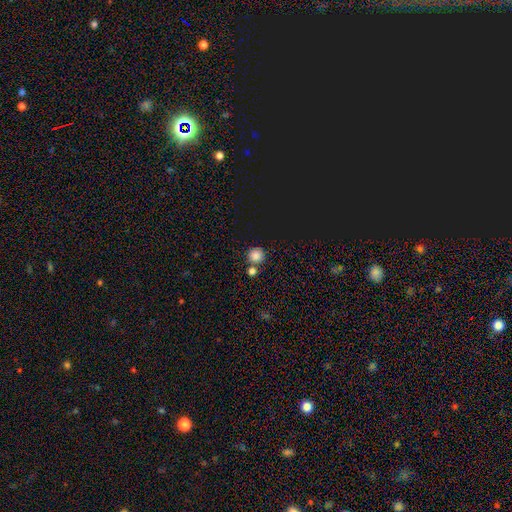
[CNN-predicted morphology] smooth_or_featured: smooth (p=0.81) [alt: star or artifact p=0.14]
how_rounded: round (p=0.93) [alt: in between p=0.06]
merging: none (p=0.71) [alt: merger p=0.17]